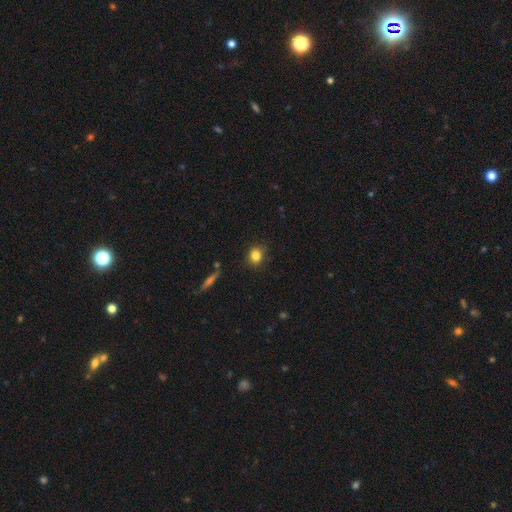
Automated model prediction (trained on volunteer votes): Q: Smooth or featured?
A: smooth (82%); runner-up: star or artifact (10%)
Q: How rounded?
A: round (74%); runner-up: in between (24%)
Q: Merging?
A: none (83%); runner-up: minor disturbance (12%)